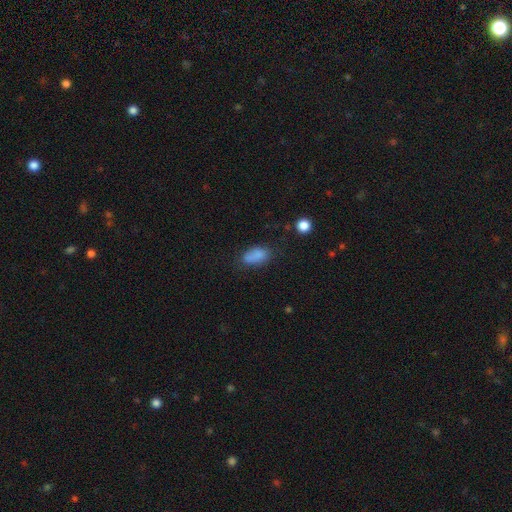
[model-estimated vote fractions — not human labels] Smooth or featured: smooth — 82% (star or artifact — 10%)
How rounded: in between — 89% (round — 6%)
Merging: none — 61% (minor disturbance — 25%)